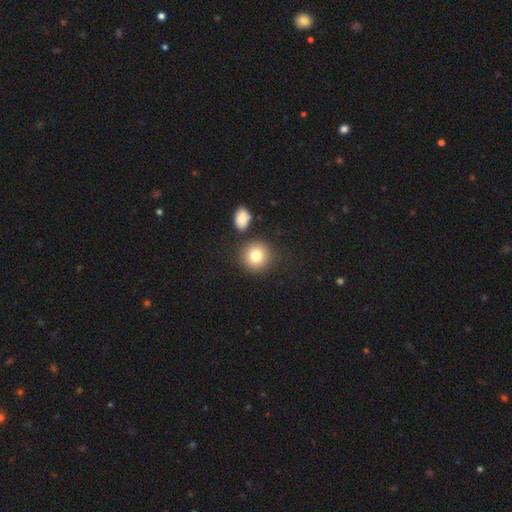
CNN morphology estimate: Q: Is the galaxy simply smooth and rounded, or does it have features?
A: smooth — 81%.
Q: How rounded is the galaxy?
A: round — 91%.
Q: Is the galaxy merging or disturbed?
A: none — 80%.